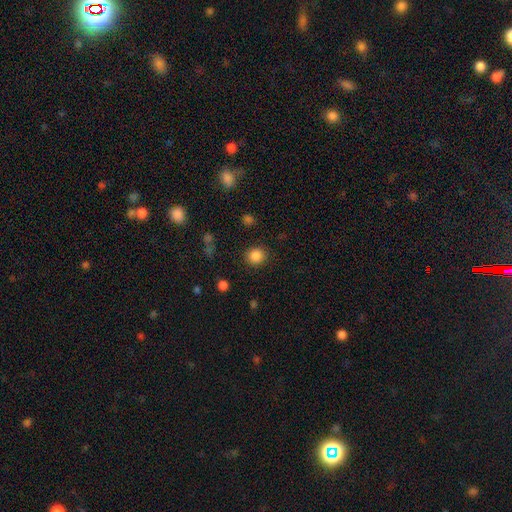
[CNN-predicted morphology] This appears to be a smooth galaxy with no disk features (85%) that is round (86%). Merging: none (88%).